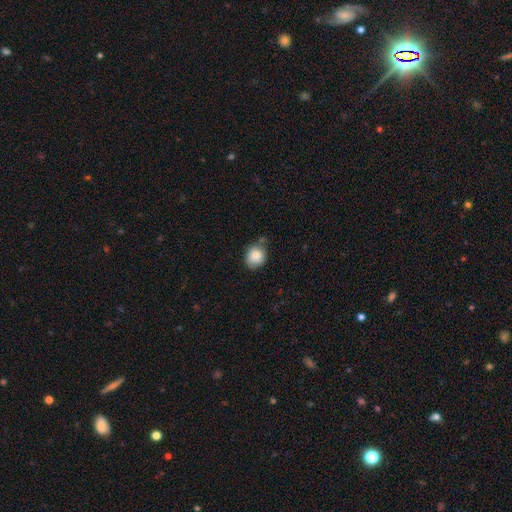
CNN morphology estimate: smooth-or-featured: smooth: 83% | featured or disk: 9% | star or artifact: 8%
  how-rounded: round: 73% | in between: 26% | cigar-shaped: 1%
  merging: none: 61% | minor disturbance: 27% | merger: 8% | major disturbance: 5%